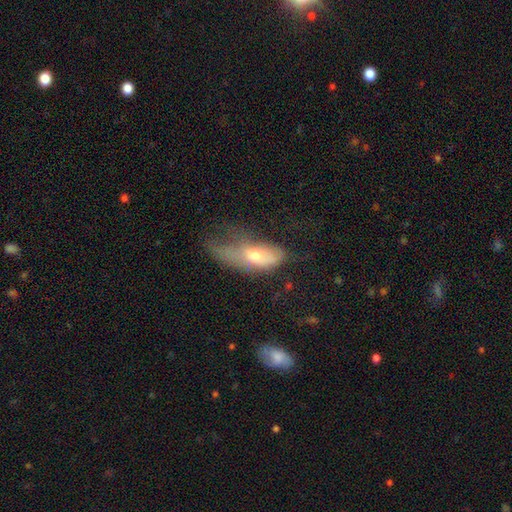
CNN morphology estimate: Q: Smooth or featured?
A: smooth (58%); runner-up: featured or disk (33%)
Q: How rounded?
A: in between (77%); runner-up: cigar-shaped (17%)
Q: Merging?
A: major disturbance (55%); runner-up: minor disturbance (24%)